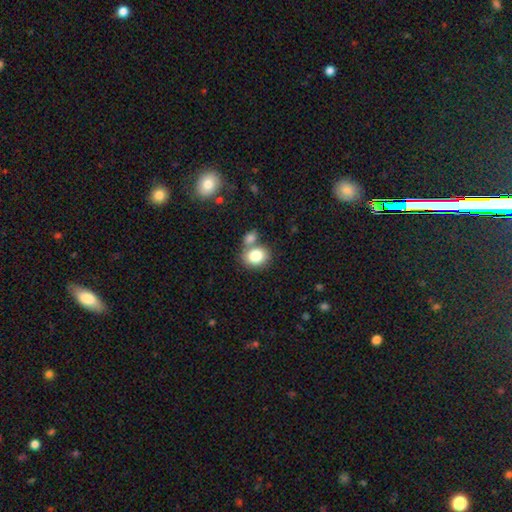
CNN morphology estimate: A smooth galaxy with no disk features (83%) that is in between round and cigar-shaped (50%). Merging: none (52%).